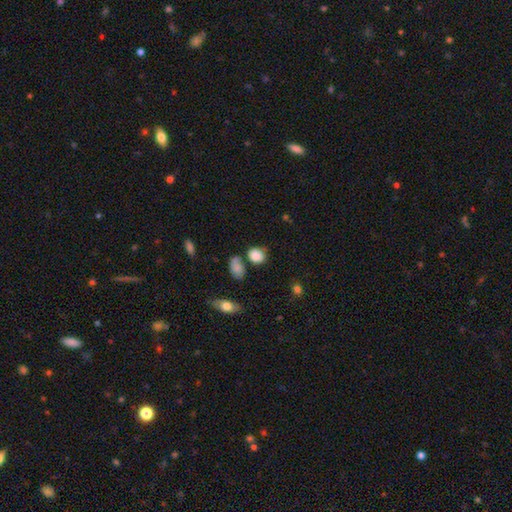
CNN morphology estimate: A smooth galaxy with no disk features (83%) that is round (56%).

Vote fractions:
- Smooth or featured? smooth: 83% / star or artifact: 10% / featured or disk: 7%
- How rounded? round: 56% / in between: 43% / cigar-shaped: 2%
- Merging? none: 58% / minor disturbance: 18% / merger: 17% / major disturbance: 7%